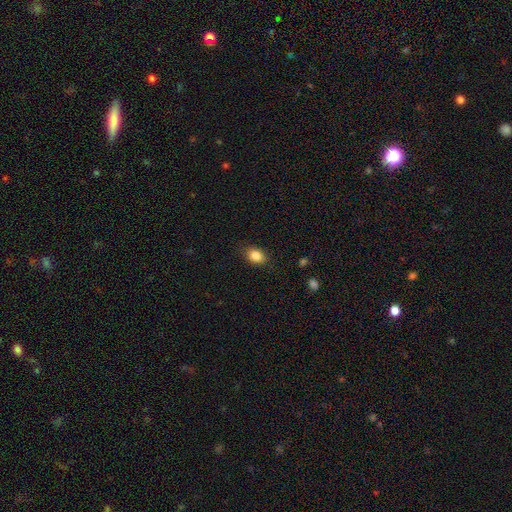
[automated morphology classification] smooth 84%, star or artifact 9%, featured or disk 6%. Down the decision tree: how rounded — in between (72%); merging — none (85%).